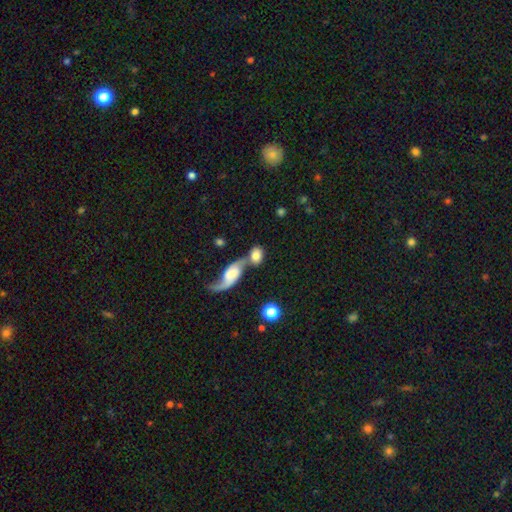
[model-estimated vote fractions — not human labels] smooth-or-featured: smooth: 65% | featured or disk: 27% | star or artifact: 8%
  how-rounded: in between: 68% | round: 28% | cigar-shaped: 5%
  merging: merger: 60% | none: 24% | minor disturbance: 9% | major disturbance: 7%